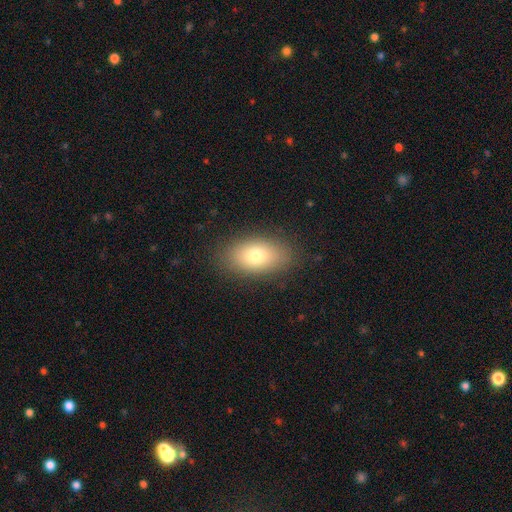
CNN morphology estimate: Smooth or featured: smooth — 76% (featured or disk — 15%)
How rounded: in between — 90% (round — 7%)
Merging: none — 87% (minor disturbance — 9%)